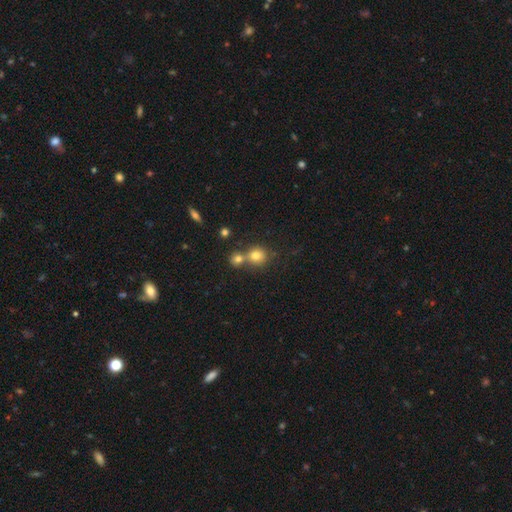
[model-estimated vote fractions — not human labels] Smooth or featured?
  - smooth: 77% *
  - star or artifact: 13%
  - featured or disk: 10%
How rounded?
  - round: 83% *
  - in between: 16%
  - cigar-shaped: 1%
Merging?
  - none: 49% *
  - merger: 41%
  - minor disturbance: 8%
  - major disturbance: 3%